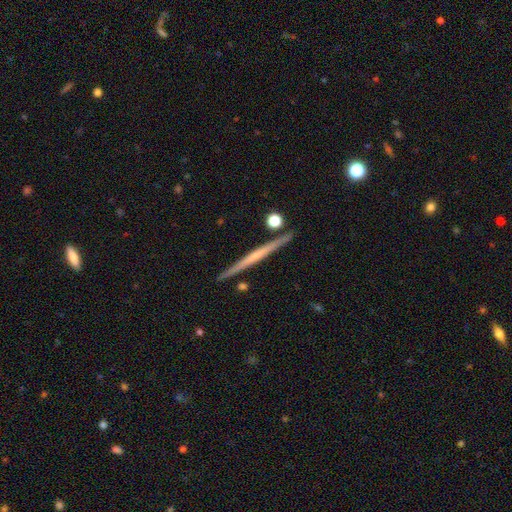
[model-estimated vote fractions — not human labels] This is likely a featured or disk galaxy (63%). It is clearly viewed edge-on (98%). Edge-on bulge: likely none (78%). Merging: clearly none (90%).